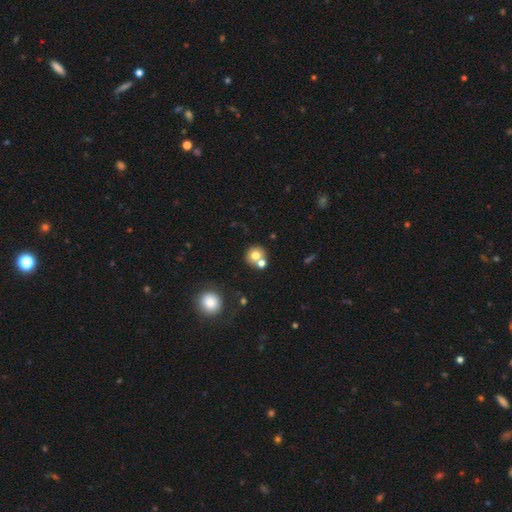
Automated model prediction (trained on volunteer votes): A smooth galaxy with no disk features (73%) that is round (88%).

Vote fractions:
- Smooth or featured? smooth: 73% / featured or disk: 15% / star or artifact: 12%
- How rounded? round: 88% / in between: 11% / cigar-shaped: 1%
- Merging? none: 56% / merger: 33% / minor disturbance: 8% / major disturbance: 3%